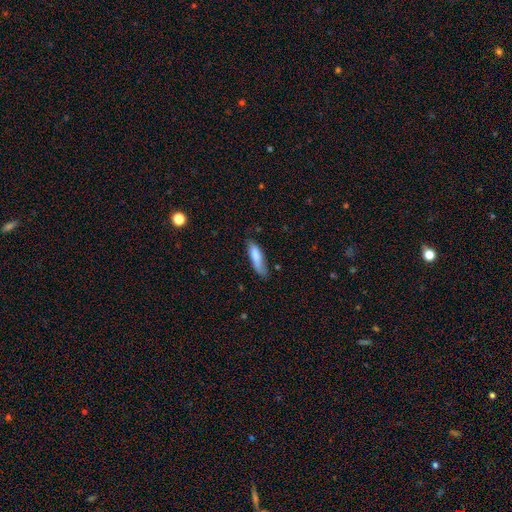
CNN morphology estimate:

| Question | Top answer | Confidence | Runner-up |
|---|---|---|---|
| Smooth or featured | smooth | 79% | featured or disk (15%) |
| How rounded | cigar-shaped | 62% | in between (36%) |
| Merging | none | 61% | minor disturbance (29%) |